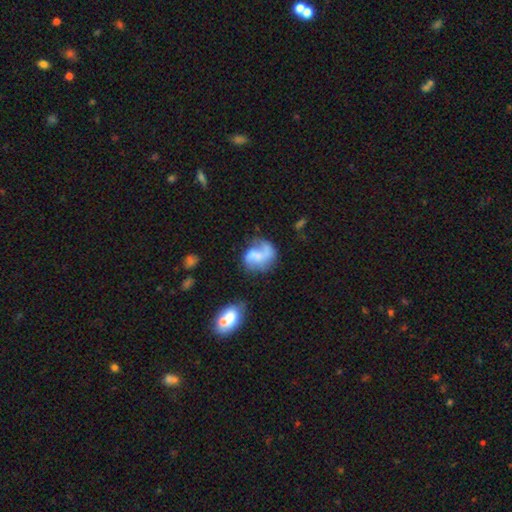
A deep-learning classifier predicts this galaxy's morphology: A featured or disk galaxy (59%) with no bar (55%), spiral arms (78%) and no central bulge (48%). Merging: none (44%).